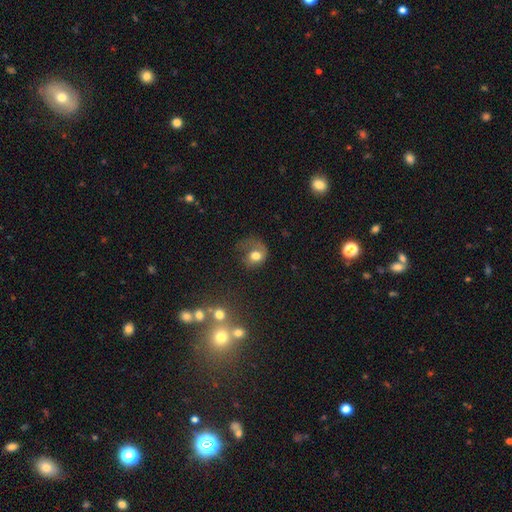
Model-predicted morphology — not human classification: smooth_or_featured: smooth (p=0.62) [alt: featured or disk p=0.27]
how_rounded: round (p=0.61) [alt: in between p=0.38]
merging: major disturbance (p=0.43) [alt: none p=0.28]